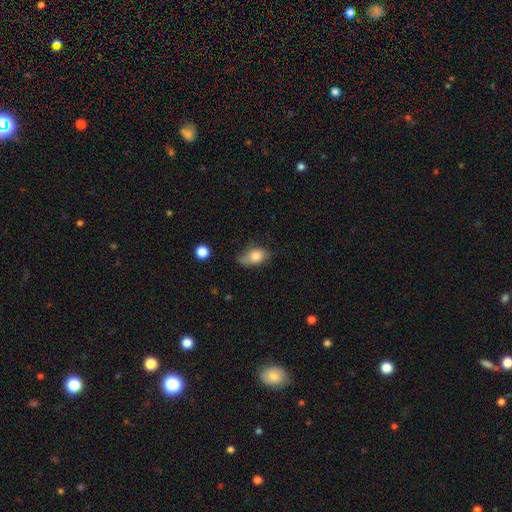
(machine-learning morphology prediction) Smooth or featured? smooth (77%)
How rounded? in between (78%)
Merging? none (48%)